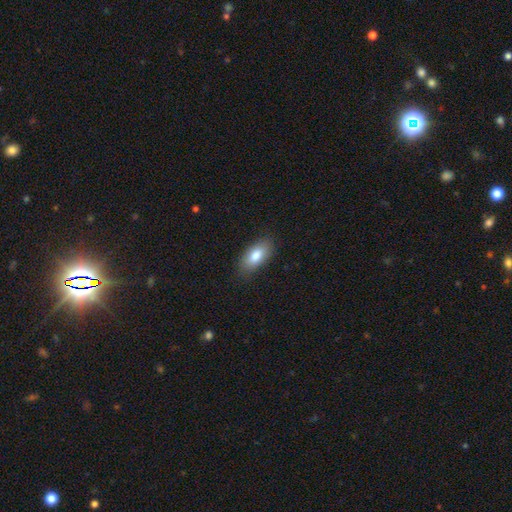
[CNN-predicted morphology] smooth-or-featured: smooth: 81% | featured or disk: 12% | star or artifact: 7%
  how-rounded: in between: 88% | cigar-shaped: 9% | round: 3%
  merging: none: 84% | minor disturbance: 13% | major disturbance: 3% | merger: 1%